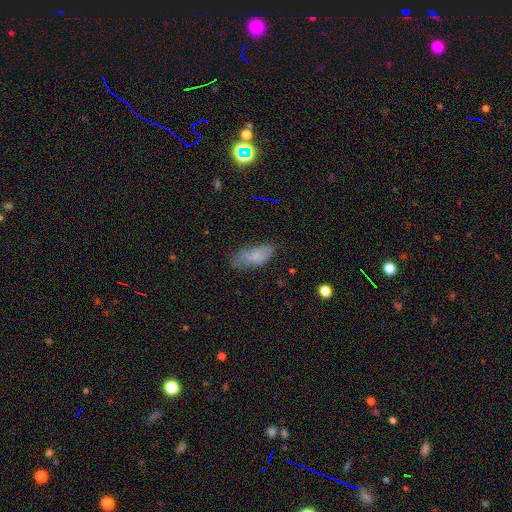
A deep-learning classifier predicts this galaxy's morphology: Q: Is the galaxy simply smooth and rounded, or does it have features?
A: smooth — 71%.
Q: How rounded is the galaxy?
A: in between — 85%.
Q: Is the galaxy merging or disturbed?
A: none — 52%.